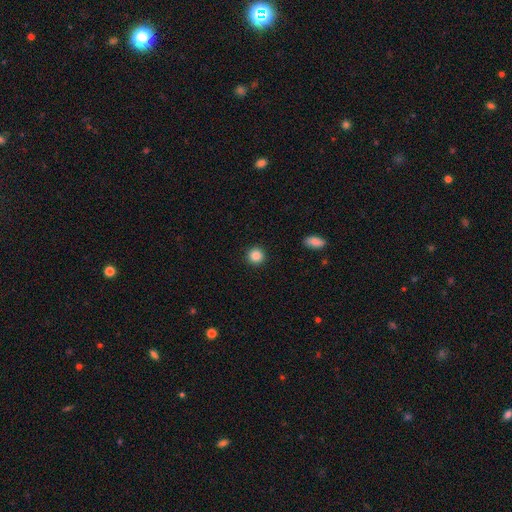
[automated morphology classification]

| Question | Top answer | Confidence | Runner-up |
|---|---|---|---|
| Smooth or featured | smooth | 87% | star or artifact (10%) |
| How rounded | round | 94% | in between (5%) |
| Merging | none | 92% | minor disturbance (5%) |